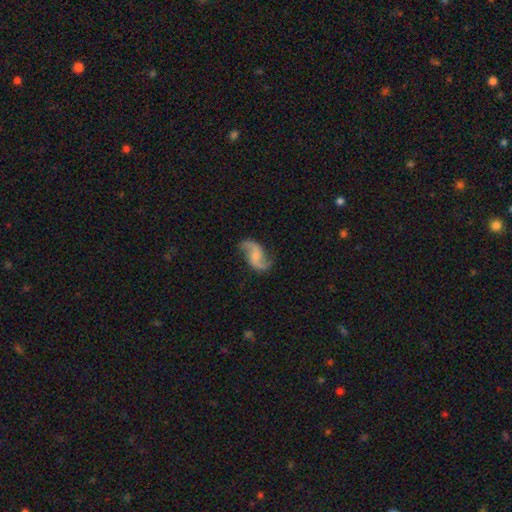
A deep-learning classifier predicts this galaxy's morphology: featured or disk 87%, smooth 8%, star or artifact 5%. Down the decision tree: edge-on disk — no (98%); bar — no (52%); spiral arms — yes (97%); spiral arm count — 2 (94%); spiral winding — loose (73%); bulge size — small (44%); merging — none (80%).